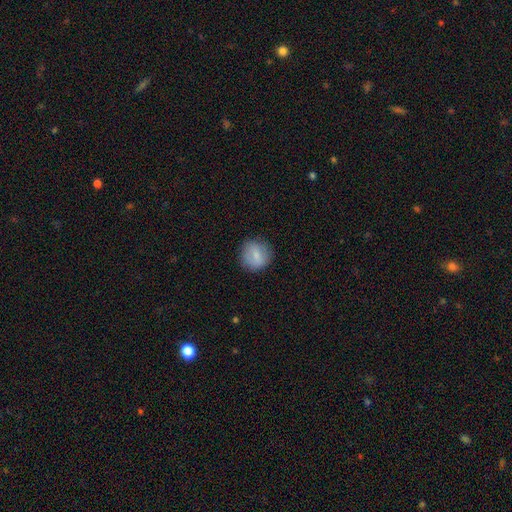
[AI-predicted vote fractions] Overall: smooth (77%). How rounded: round (85%). Merging: none (82%).